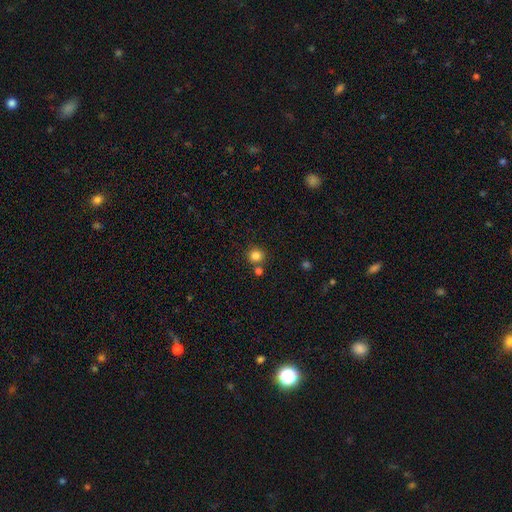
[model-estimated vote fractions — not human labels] This is clearly a smooth galaxy (83%). How rounded: clearly round (90%). Merging: likely none (75%).